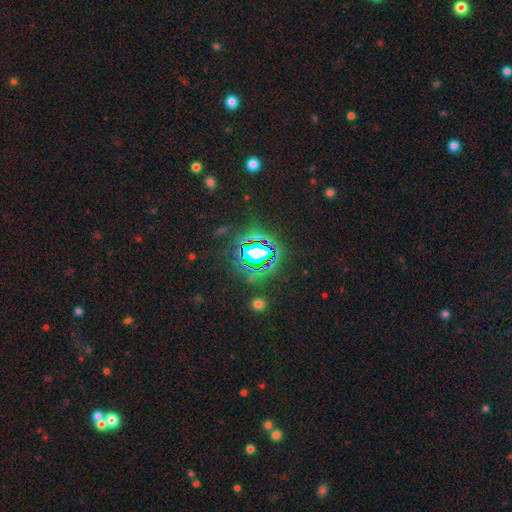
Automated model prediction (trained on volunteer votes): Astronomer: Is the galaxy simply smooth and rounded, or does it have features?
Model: star or artifact — 75%.